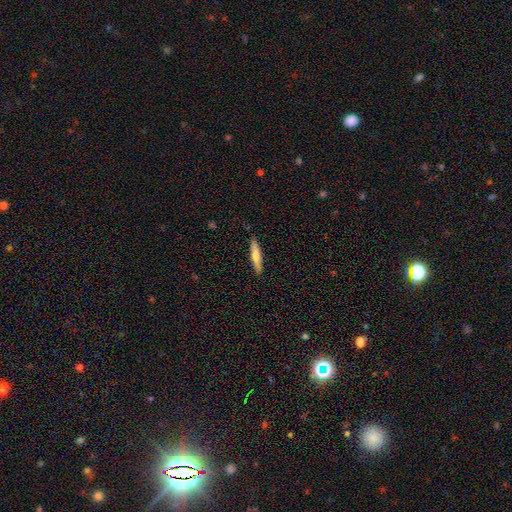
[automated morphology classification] Smooth or featured? Predicted: smooth (p=0.66). How rounded? Predicted: cigar-shaped (p=0.86). Merging? Predicted: none (p=0.89).